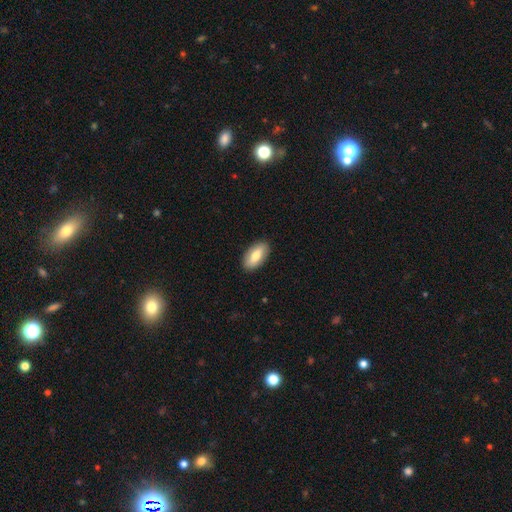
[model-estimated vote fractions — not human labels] The model was most divided on "smooth or featured": smooth: 71%, featured or disk: 23%, star or artifact: 6%. More confident: how rounded — in between (92%); merging — none (88%).